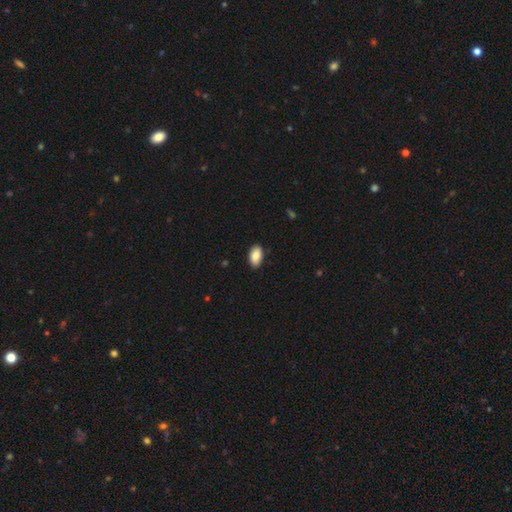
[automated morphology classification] Smooth or featured? Predicted: smooth (p=0.88). How rounded? Predicted: in between (p=0.95). Merging? Predicted: none (p=0.89).